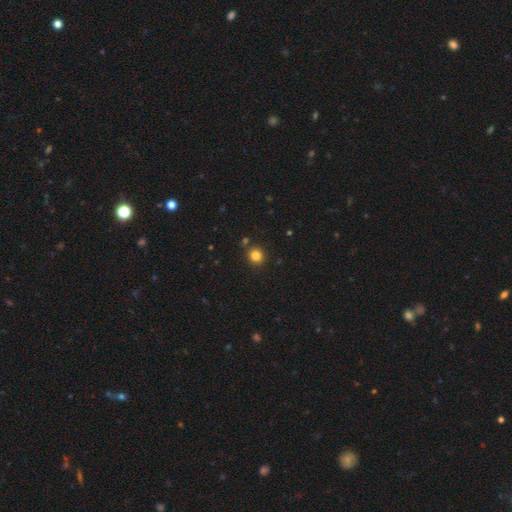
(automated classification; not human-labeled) This appears to be a smooth galaxy with no disk features (82%) that is round (86%). Merging: none (87%).